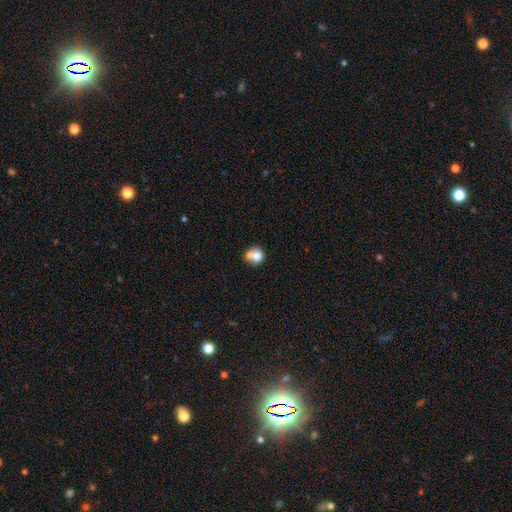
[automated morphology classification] smooth 77%, featured or disk 14%, star or artifact 10%. Down the decision tree: how rounded — round (76%); merging — none (40%).